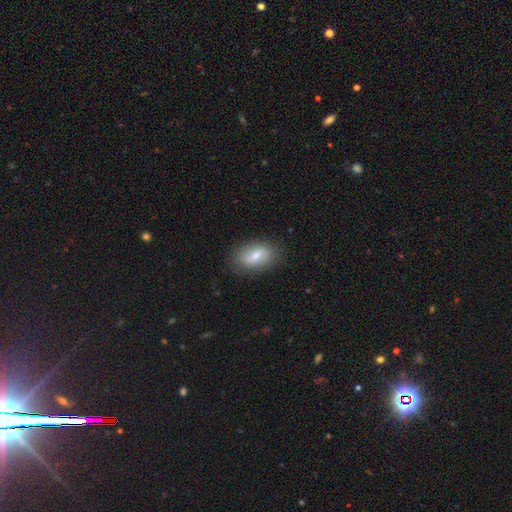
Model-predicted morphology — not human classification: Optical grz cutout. It shows a smooth galaxy with no disk features (60%) that is in between round and cigar-shaped (87%). Merging: none (83%).